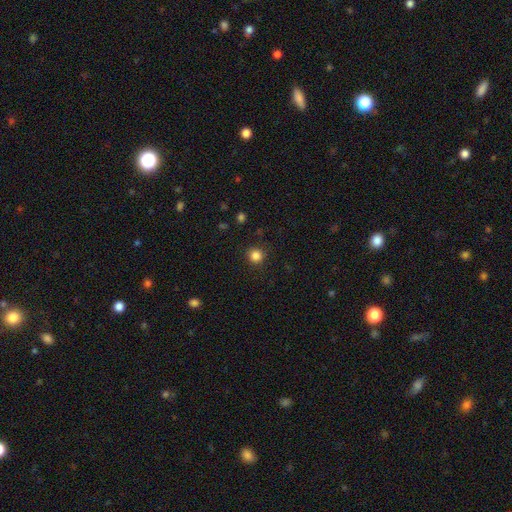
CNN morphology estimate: This appears to be a smooth galaxy with no disk features (84%) that is round (94%). Merging: none (91%).